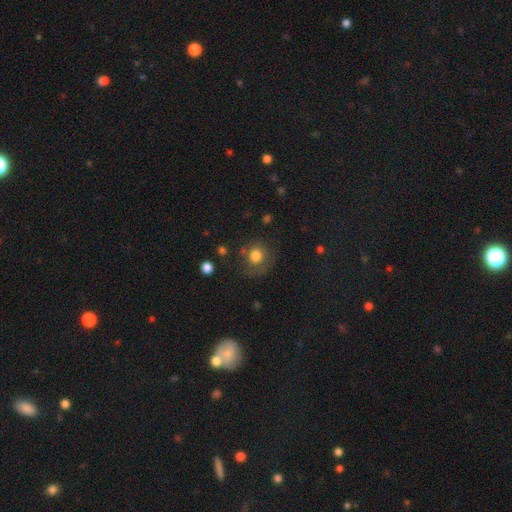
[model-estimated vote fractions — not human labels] Smooth or featured: smooth — 78% (star or artifact — 11%)
How rounded: round — 85% (in between — 14%)
Merging: none — 65% (minor disturbance — 18%)